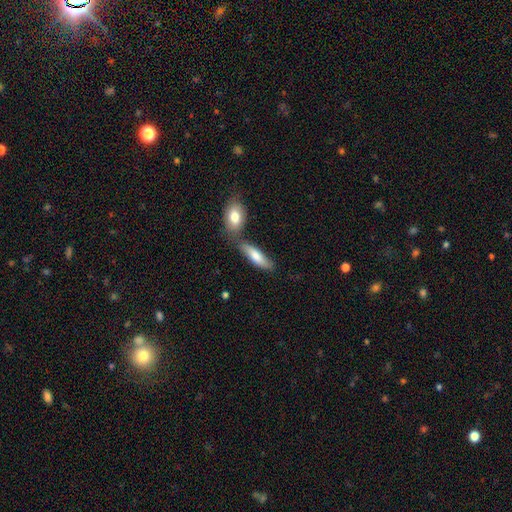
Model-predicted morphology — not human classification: smooth_or_featured: smooth (p=0.74) [alt: featured or disk p=0.19]
how_rounded: cigar-shaped (p=0.49) [alt: in between p=0.48]
merging: none (p=0.57) [alt: merger p=0.25]